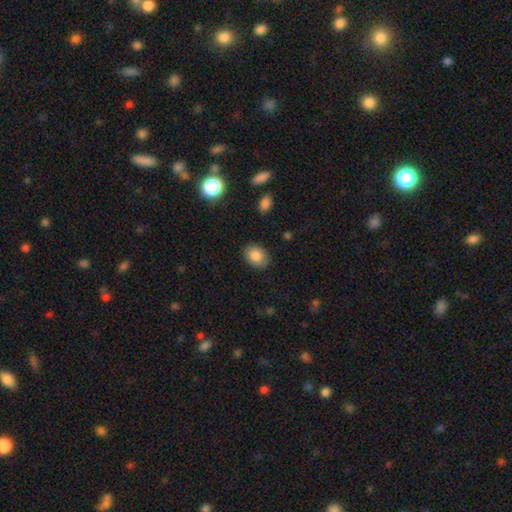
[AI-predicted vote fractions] smooth 84%, star or artifact 8%, featured or disk 7%. Down the decision tree: how rounded — in between (69%); merging — none (85%).